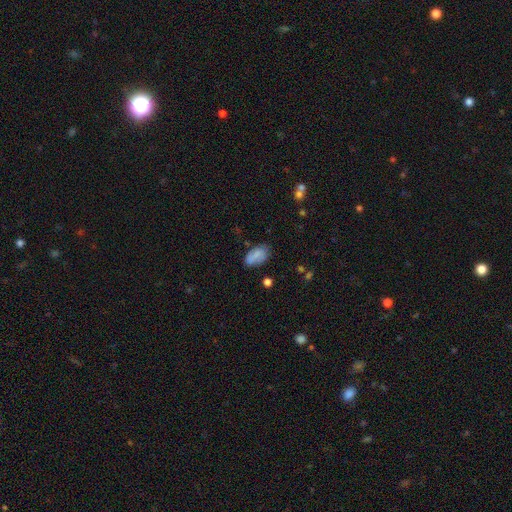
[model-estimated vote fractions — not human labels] Q: Smooth or featured?
A: smooth (74%); runner-up: featured or disk (18%)
Q: How rounded?
A: in between (92%); runner-up: round (6%)
Q: Merging?
A: none (67%); runner-up: minor disturbance (23%)